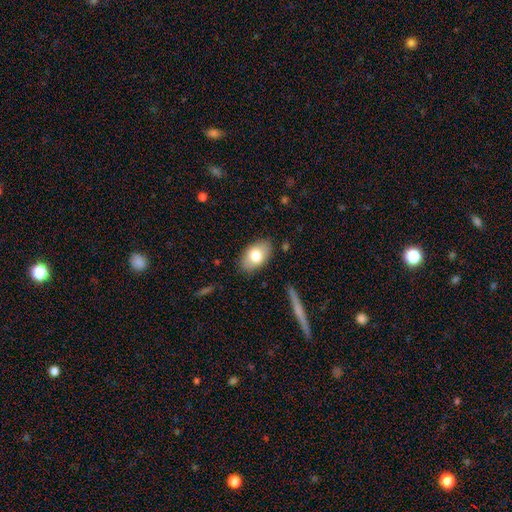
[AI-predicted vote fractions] A smooth galaxy with no disk features (74%) that is in between round and cigar-shaped (91%).

Vote fractions:
- Smooth or featured? smooth: 74% / featured or disk: 19% / star or artifact: 7%
- How rounded? in between: 91% / round: 7% / cigar-shaped: 2%
- Merging? none: 85% / minor disturbance: 11% / major disturbance: 3% / merger: 1%